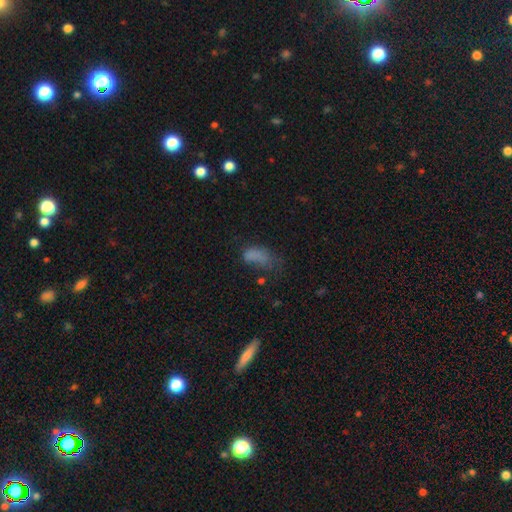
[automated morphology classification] Smooth or featured? Predicted: smooth (p=0.68). How rounded? Predicted: in between (p=0.86). Merging? Predicted: major disturbance (p=0.42).